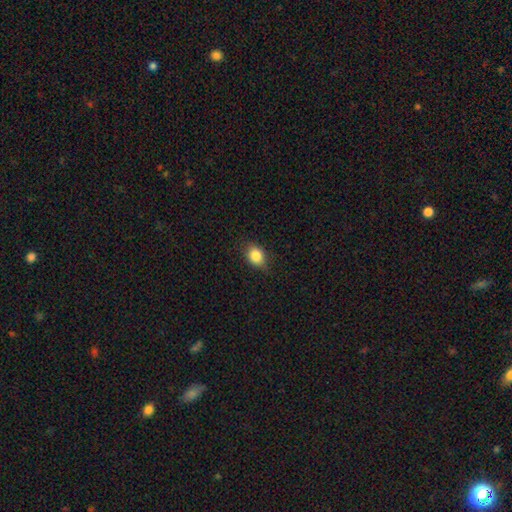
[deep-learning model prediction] Morphology: type=smooth (84%); roundness=in between (61%); merging=none (81%).